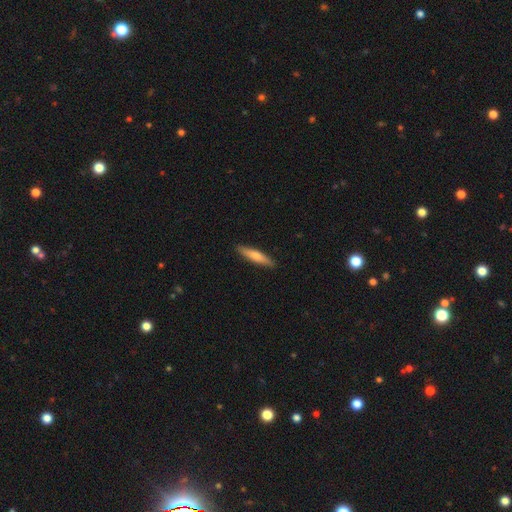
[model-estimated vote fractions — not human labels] Smooth or featured?
  - smooth: 67% *
  - featured or disk: 28%
  - star or artifact: 5%
How rounded?
  - cigar-shaped: 86% *
  - in between: 13%
  - round: 1%
Merging?
  - none: 90% *
  - minor disturbance: 7%
  - major disturbance: 2%
  - merger: 1%